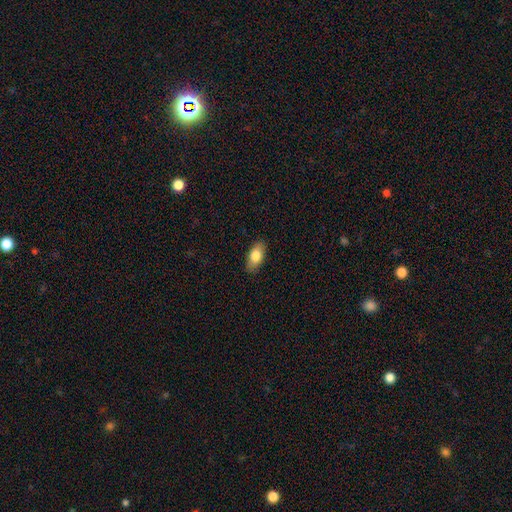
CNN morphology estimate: This appears to be a smooth galaxy with no disk features (80%) that is in between round and cigar-shaped (90%). Merging: none (86%).